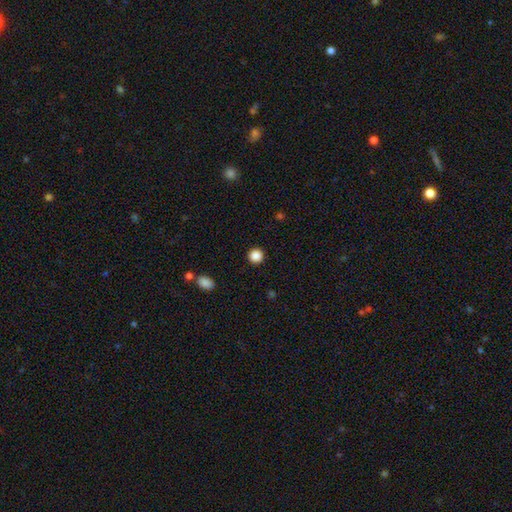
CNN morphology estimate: smooth-or-featured: smooth: 87% | star or artifact: 11% | featured or disk: 3%
  how-rounded: round: 95% | in between: 4% | cigar-shaped: 1%
  merging: none: 93% | minor disturbance: 4% | major disturbance: 2% | merger: 1%